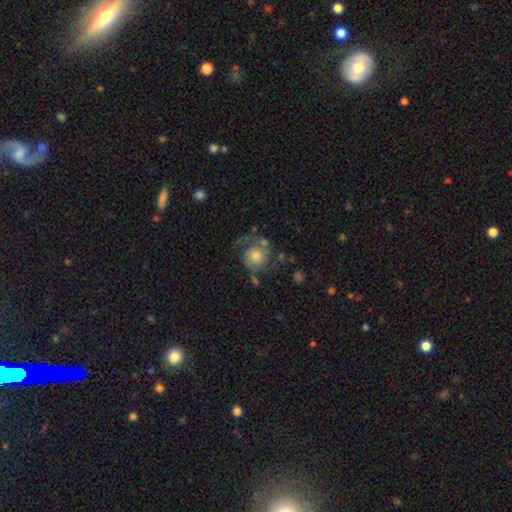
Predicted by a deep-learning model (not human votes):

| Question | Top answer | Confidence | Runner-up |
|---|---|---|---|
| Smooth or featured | featured or disk | 70% | smooth (22%) |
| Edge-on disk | no | 98% | yes (2%) |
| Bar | no | 78% | weak (19%) |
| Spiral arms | yes | 91% | no (9%) |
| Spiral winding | medium | 43% | loose (30%) |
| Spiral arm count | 2 | 67% | 1 (21%) |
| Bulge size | moderate | 46% | small (32%) |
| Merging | none | 53% | major disturbance (22%) |